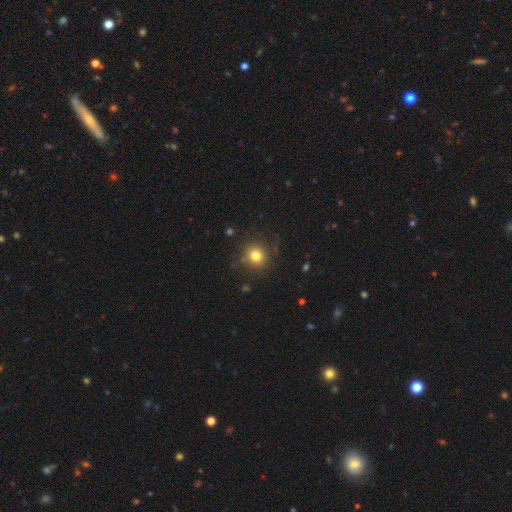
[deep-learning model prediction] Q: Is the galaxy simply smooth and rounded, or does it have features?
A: smooth — 79%.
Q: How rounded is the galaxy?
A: round — 92%.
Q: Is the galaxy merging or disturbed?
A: none — 86%.